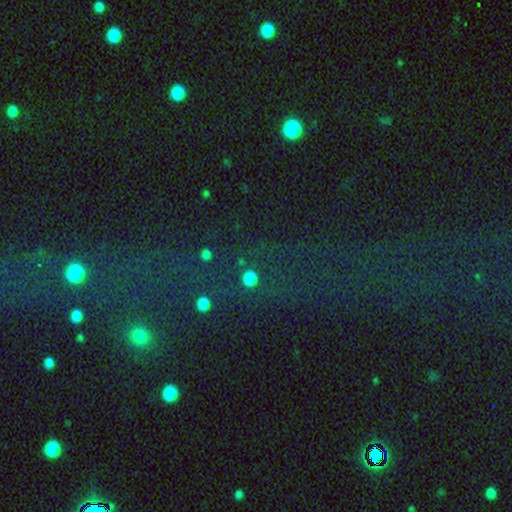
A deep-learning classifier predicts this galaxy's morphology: smooth-or-featured: star or artifact: 66% | smooth: 20% | featured or disk: 14%